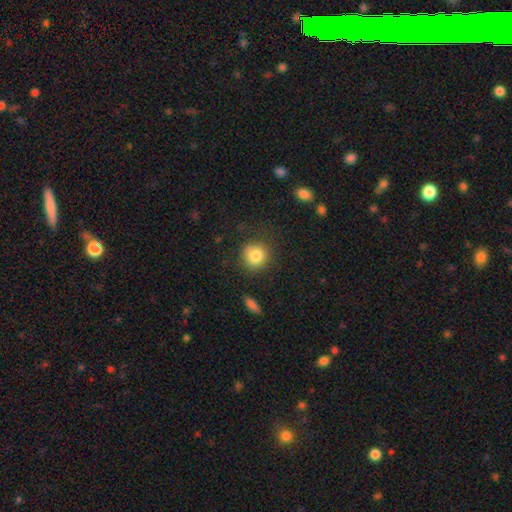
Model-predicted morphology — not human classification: A smooth galaxy with no disk features (84%) that is round (90%).

Vote fractions:
- Smooth or featured? smooth: 84% / star or artifact: 9% / featured or disk: 7%
- How rounded? round: 90% / in between: 9% / cigar-shaped: 1%
- Merging? none: 83% / minor disturbance: 11% / major disturbance: 4% / merger: 2%